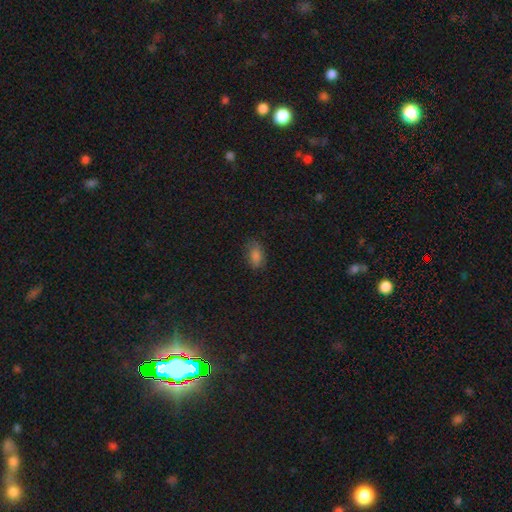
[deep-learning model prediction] Smooth or featured: smooth — 80% (star or artifact — 14%)
How rounded: in between — 87% (round — 11%)
Merging: none — 76% (minor disturbance — 19%)